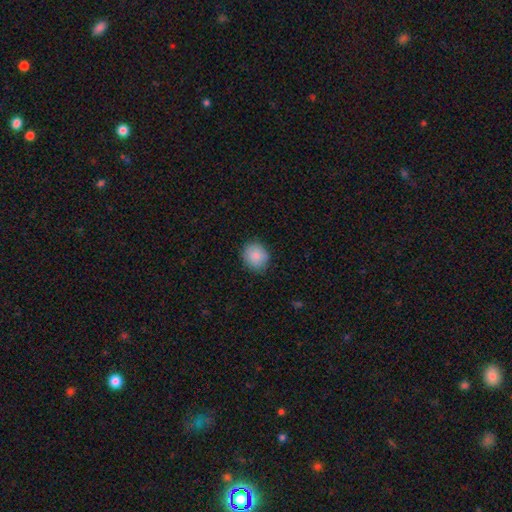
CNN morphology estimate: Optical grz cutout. It shows a smooth galaxy with no disk features (88%) that is round (77%). Merging: none (85%).